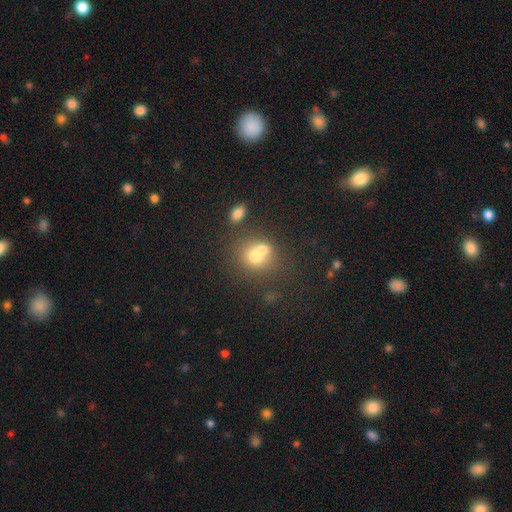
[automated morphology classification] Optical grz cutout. It shows a smooth galaxy with no disk features (66%) that is round (73%). Merging: merger (56%).